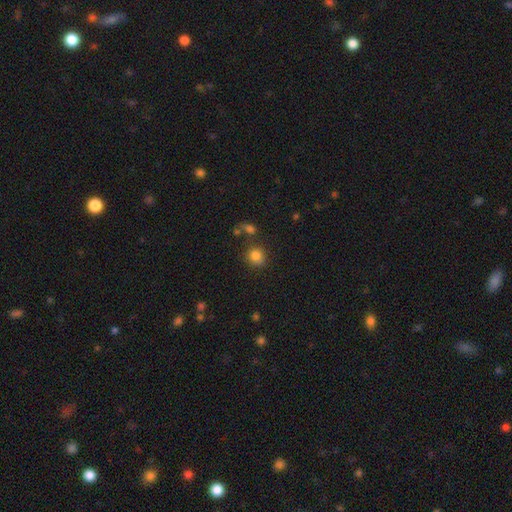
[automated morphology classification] Smooth or featured? Predicted: smooth (p=0.82). How rounded? Predicted: round (p=0.83). Merging? Predicted: none (p=0.75).